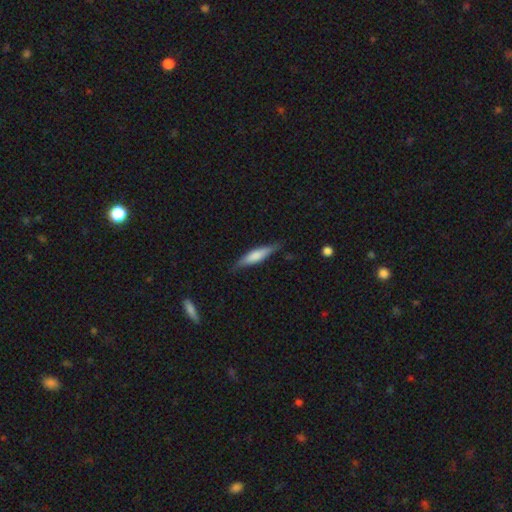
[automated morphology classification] smooth_or_featured: smooth (p=0.60) [alt: featured or disk p=0.35]
how_rounded: cigar-shaped (p=0.80) [alt: in between p=0.18]
merging: none (p=0.82) [alt: minor disturbance p=0.14]